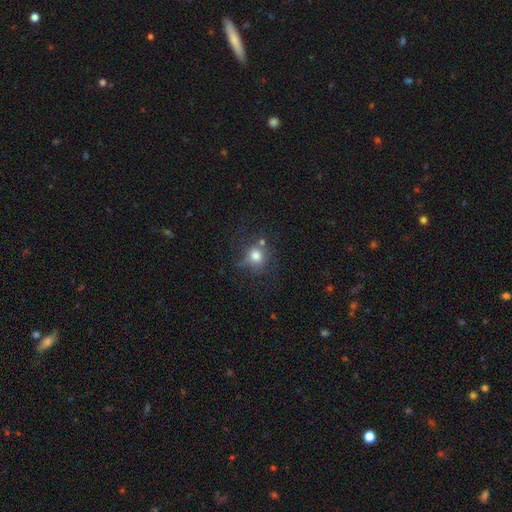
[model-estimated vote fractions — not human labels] Morphology: type=smooth (74%); roundness=round (81%); merging=none (62%).